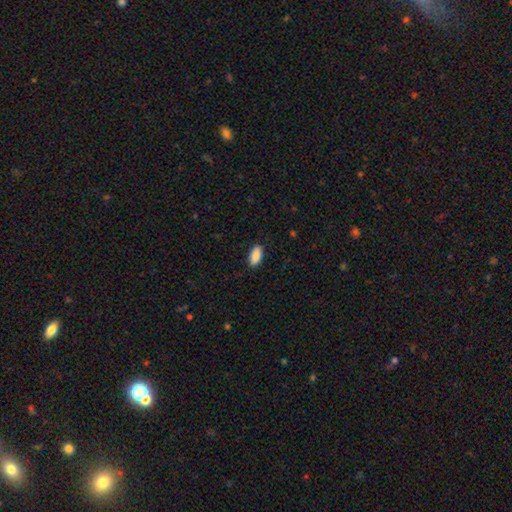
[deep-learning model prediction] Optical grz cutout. It shows a smooth galaxy with no disk features (89%) that is in between round and cigar-shaped (89%). Merging: none (87%).